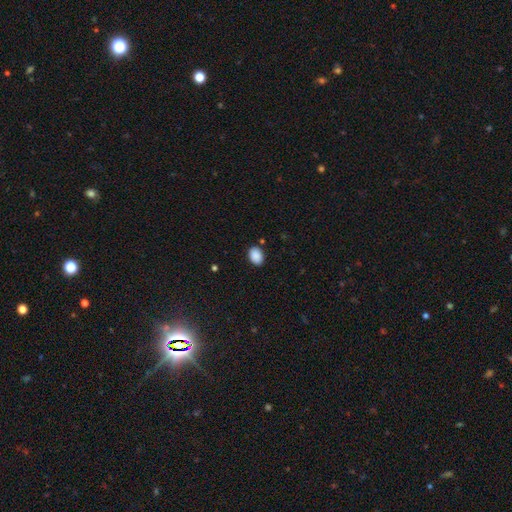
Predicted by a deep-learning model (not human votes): Q: Smooth or featured?
A: smooth (90%); runner-up: star or artifact (8%)
Q: How rounded?
A: in between (78%); runner-up: round (21%)
Q: Merging?
A: none (87%); runner-up: minor disturbance (9%)